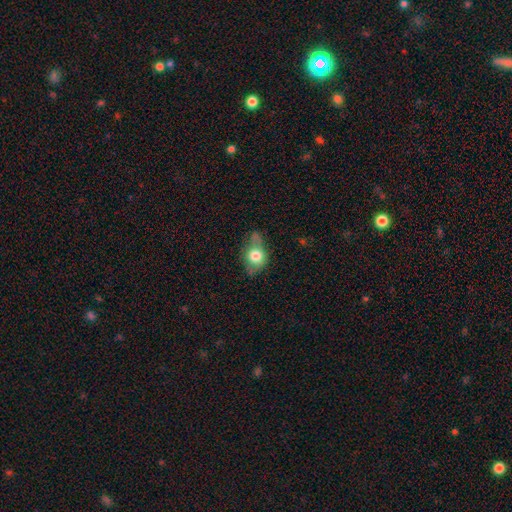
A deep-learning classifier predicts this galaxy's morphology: smooth-or-featured: smooth: 69% | featured or disk: 23% | star or artifact: 8%
  how-rounded: in between: 63% | round: 34% | cigar-shaped: 4%
  merging: none: 43% | minor disturbance: 33% | major disturbance: 18% | merger: 6%